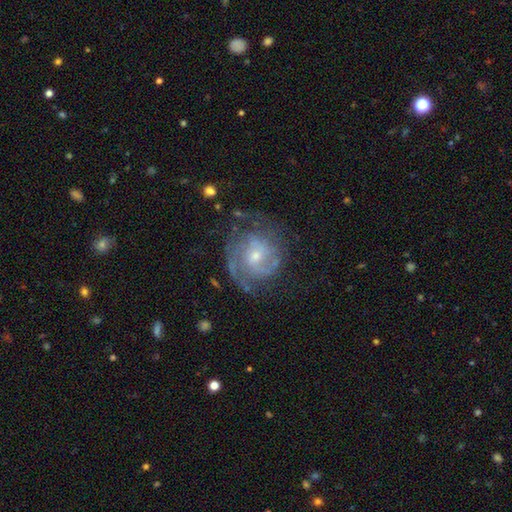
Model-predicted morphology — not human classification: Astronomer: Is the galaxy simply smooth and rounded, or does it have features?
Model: featured or disk — 85%.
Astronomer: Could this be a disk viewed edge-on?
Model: no — 98%.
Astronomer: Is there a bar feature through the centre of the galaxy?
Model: no — 59% (runner-up: weak, 35%).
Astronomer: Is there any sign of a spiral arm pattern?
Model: yes — 95%.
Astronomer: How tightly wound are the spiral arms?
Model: tight — 55% (runner-up: medium, 36%).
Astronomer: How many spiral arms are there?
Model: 2 — 46% (runner-up: can't tell, 24%).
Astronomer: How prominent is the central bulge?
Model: small — 57% (runner-up: moderate, 38%).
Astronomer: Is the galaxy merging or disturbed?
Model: none — 66%.